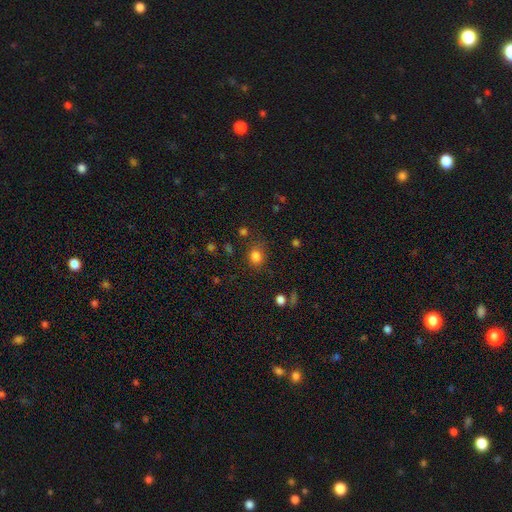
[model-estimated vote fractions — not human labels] Morphology: type=smooth (80%); roundness=round (66%); merging=none (76%).